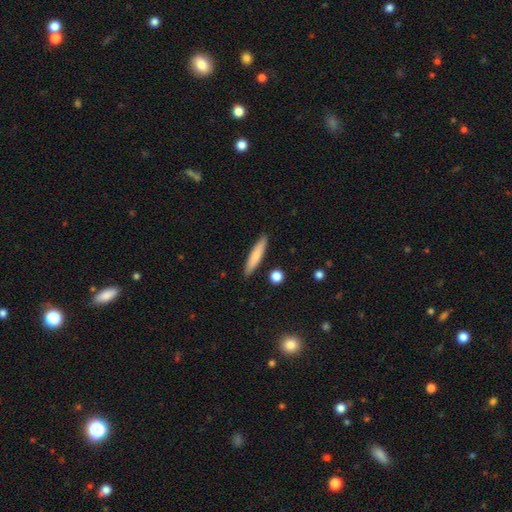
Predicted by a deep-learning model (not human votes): Smooth or featured? smooth (74%)
How rounded? cigar-shaped (90%)
Merging? none (89%)